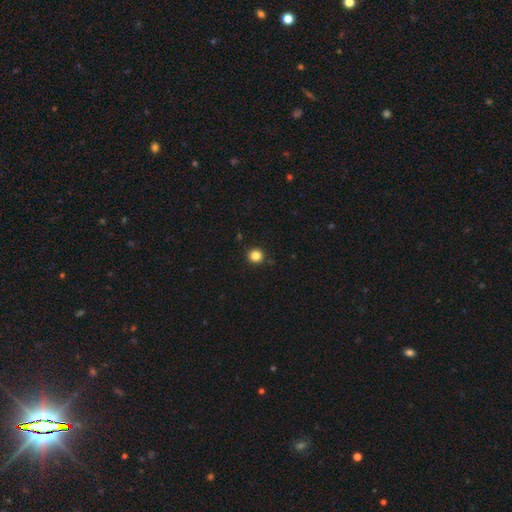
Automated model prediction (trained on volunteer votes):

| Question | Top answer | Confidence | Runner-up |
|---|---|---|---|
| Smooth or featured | smooth | 84% | star or artifact (12%) |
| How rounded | round | 93% | in between (6%) |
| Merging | none | 92% | minor disturbance (5%) |